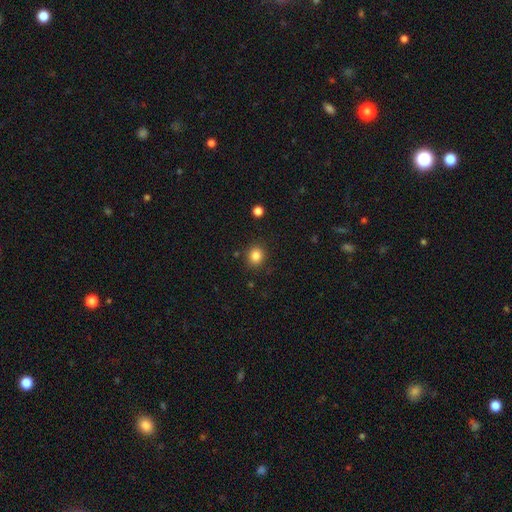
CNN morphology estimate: Q: Smooth or featured?
A: smooth (84%); runner-up: star or artifact (11%)
Q: How rounded?
A: round (78%); runner-up: in between (21%)
Q: Merging?
A: none (87%); runner-up: minor disturbance (8%)